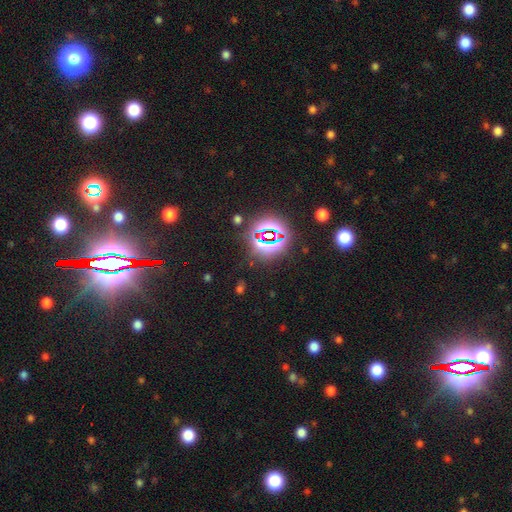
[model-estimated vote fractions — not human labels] Morphology: type=star or artifact (85%).